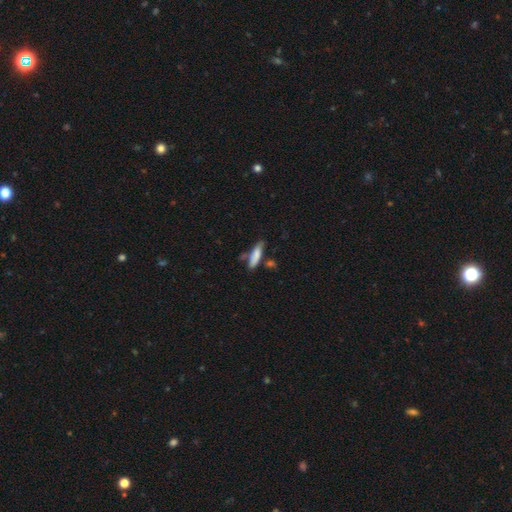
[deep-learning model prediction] Smooth or featured? Predicted: smooth (p=0.76). How rounded? Predicted: cigar-shaped (p=0.64). Merging? Predicted: none (p=0.56).